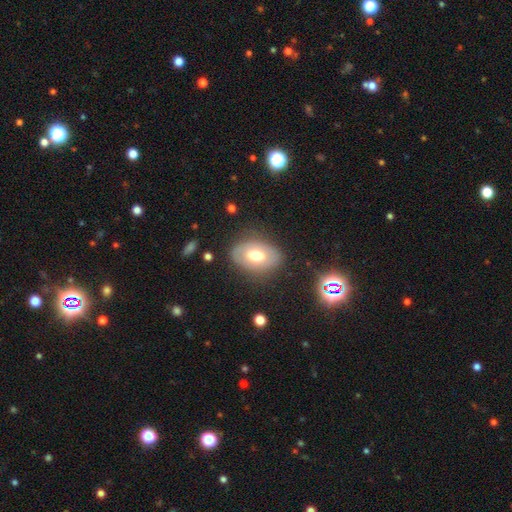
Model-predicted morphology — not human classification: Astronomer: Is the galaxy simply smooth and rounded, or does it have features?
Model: smooth — 58% (runner-up: featured or disk, 34%).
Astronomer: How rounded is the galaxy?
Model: in between — 86%.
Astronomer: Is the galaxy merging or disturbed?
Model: none — 78%.